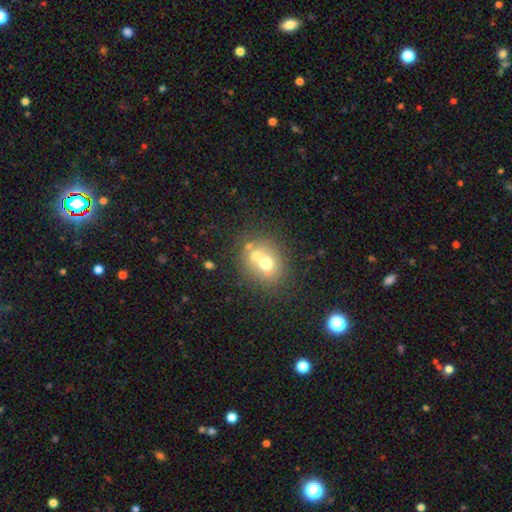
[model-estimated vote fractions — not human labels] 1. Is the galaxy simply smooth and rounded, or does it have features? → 63% smooth, 24% featured or disk, 13% star or artifact.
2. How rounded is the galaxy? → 69% round, 30% in between, 1% cigar-shaped.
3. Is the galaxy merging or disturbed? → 47% merger, 39% none, 9% minor disturbance, 4% major disturbance.